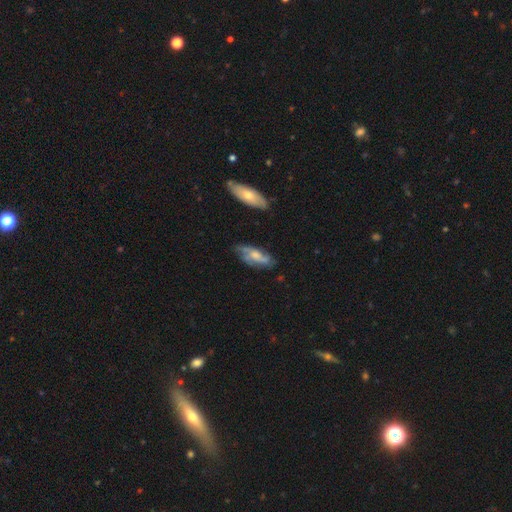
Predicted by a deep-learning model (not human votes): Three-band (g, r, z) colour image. It shows a featured or disk galaxy (59%) with no bar (67%), spiral arms (80%) and a moderate central bulge (44%). Merging: none (63%).